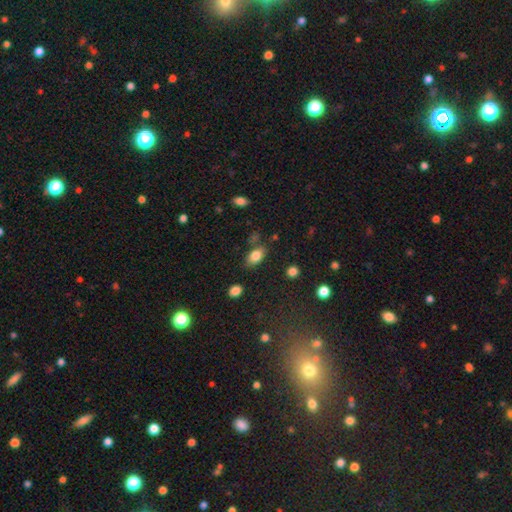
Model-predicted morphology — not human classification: This is clearly a smooth galaxy (82%). How rounded: clearly in between (89%). Merging: likely none (72%).